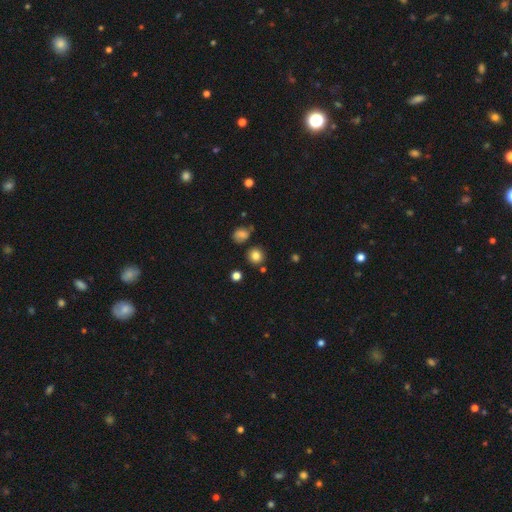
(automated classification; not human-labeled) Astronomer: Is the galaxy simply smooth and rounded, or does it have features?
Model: smooth — 81%.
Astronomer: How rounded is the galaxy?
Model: round — 90%.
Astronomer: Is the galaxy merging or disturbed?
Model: none — 82%.